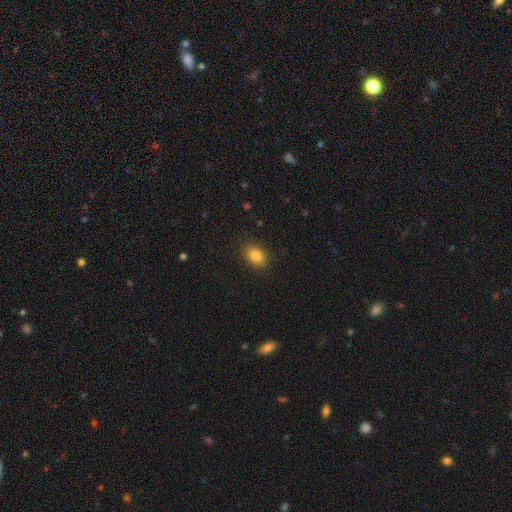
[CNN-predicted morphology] This appears to be a smooth galaxy with no disk features (85%) that is in between round and cigar-shaped (66%). Merging: none (86%).